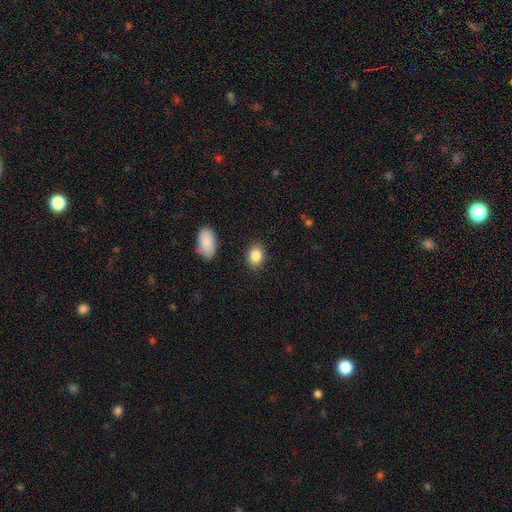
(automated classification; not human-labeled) The model was most divided on "how rounded": in between: 69%, round: 30%, cigar-shaped: 1%. More confident: merging — none (87%); smooth or featured — smooth (86%).